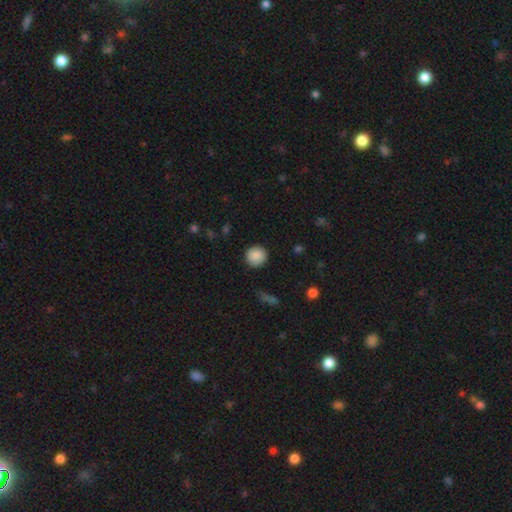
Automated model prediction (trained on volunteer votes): smooth 88%, star or artifact 8%, featured or disk 4%. Down the decision tree: how rounded — round (93%); merging — none (90%).